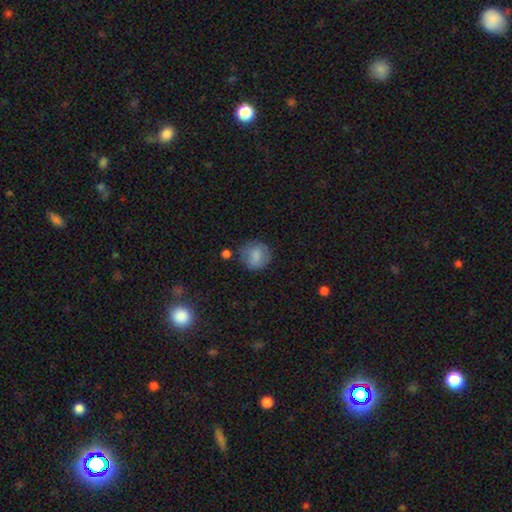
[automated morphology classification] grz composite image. It shows a smooth galaxy with no disk features (79%) that is round (85%). Merging: none (72%).